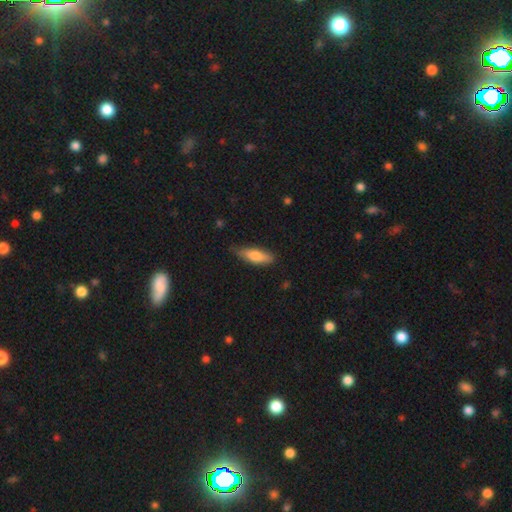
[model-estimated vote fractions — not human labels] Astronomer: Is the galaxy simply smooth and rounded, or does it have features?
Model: smooth — 77%.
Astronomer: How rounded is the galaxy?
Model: in between — 55% (runner-up: cigar-shaped, 43%).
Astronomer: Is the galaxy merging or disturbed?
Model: none — 69%.